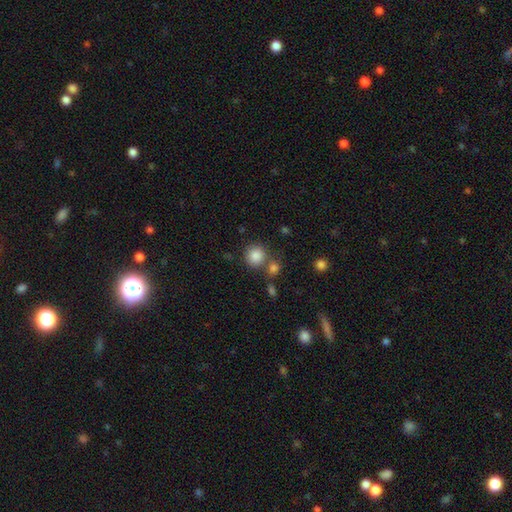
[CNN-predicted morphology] The model was most divided on "merging": none: 68%, merger: 18%, minor disturbance: 10%, major disturbance: 4%. More confident: how rounded — round (89%); smooth or featured — smooth (86%).